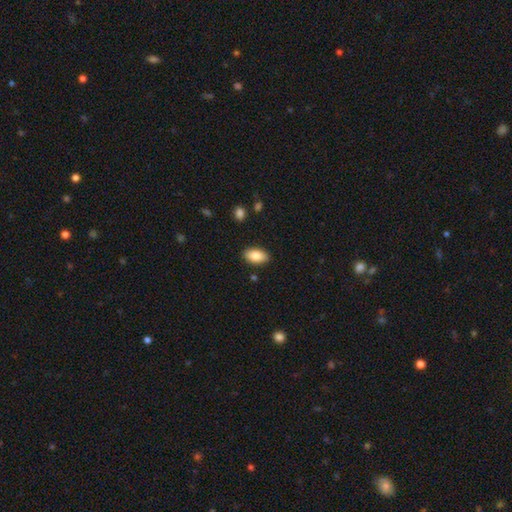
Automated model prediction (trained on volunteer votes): Morphology: type=smooth (85%); roundness=in between (94%); merging=none (87%).